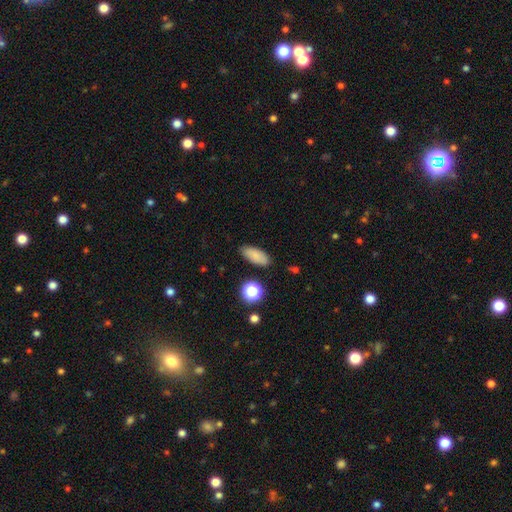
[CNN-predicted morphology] This appears to be a smooth galaxy with no disk features (82%) that is in between round and cigar-shaped (82%). Merging: none (85%).